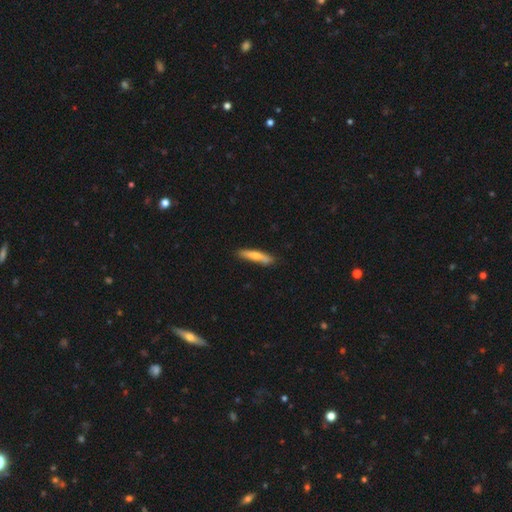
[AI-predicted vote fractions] Morphology: type=smooth (66%); roundness=cigar-shaped (87%); merging=none (79%).